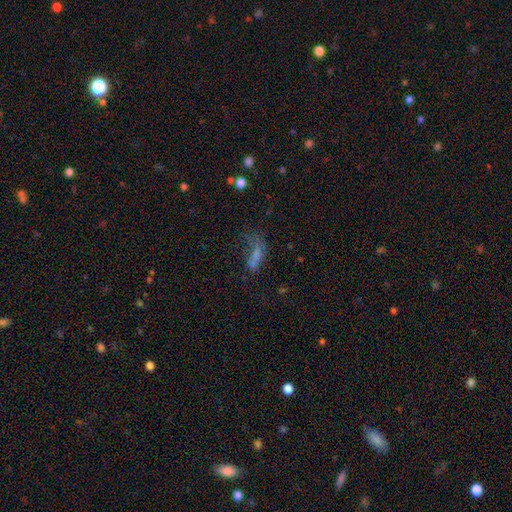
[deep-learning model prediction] Smooth or featured: smooth — 53% (featured or disk — 28%)
How rounded: in between — 60% (cigar-shaped — 35%)
Merging: major disturbance — 42% (none — 26%)